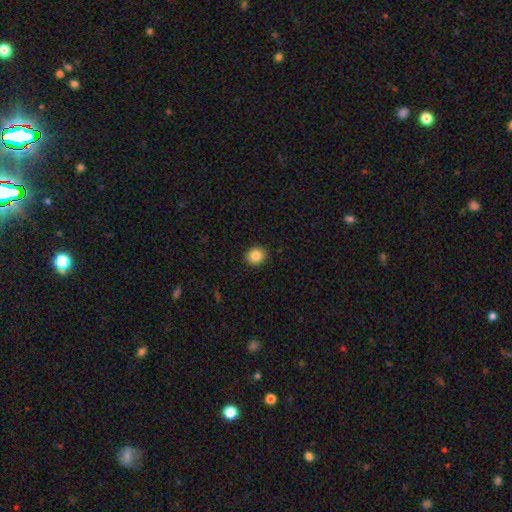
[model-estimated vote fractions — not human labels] Smooth or featured? Predicted: smooth (p=0.85). How rounded? Predicted: round (p=0.76). Merging? Predicted: none (p=0.91).